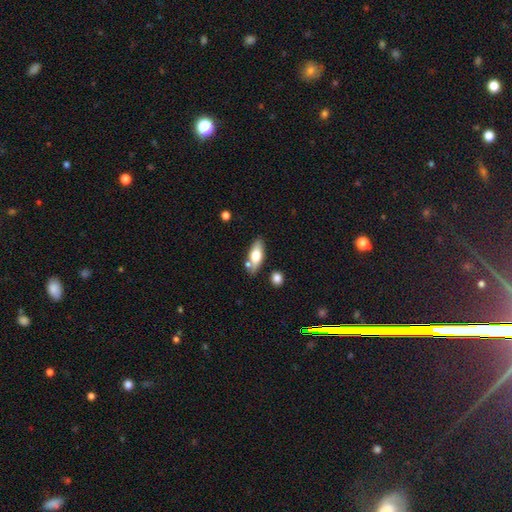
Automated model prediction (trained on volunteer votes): Overall: smooth (65%; featured or disk 29%). How rounded: in between (73%). Merging: none (74%).